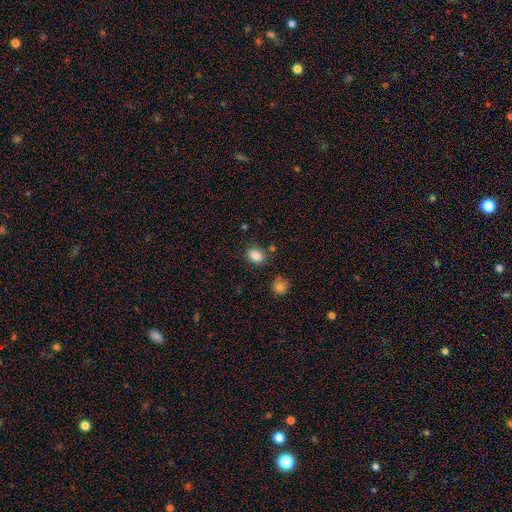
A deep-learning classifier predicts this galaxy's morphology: Overall: smooth (85%). How rounded: in between (68%; round 31%). Merging: none (78%).